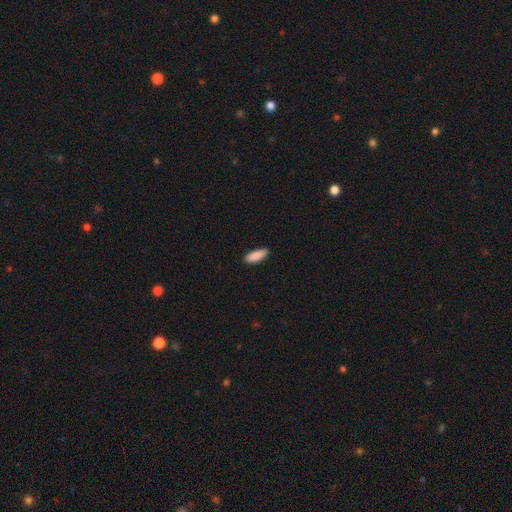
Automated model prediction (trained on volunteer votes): smooth 90%, star or artifact 6%, featured or disk 4%. Down the decision tree: how rounded — in between (67%); merging — none (87%).